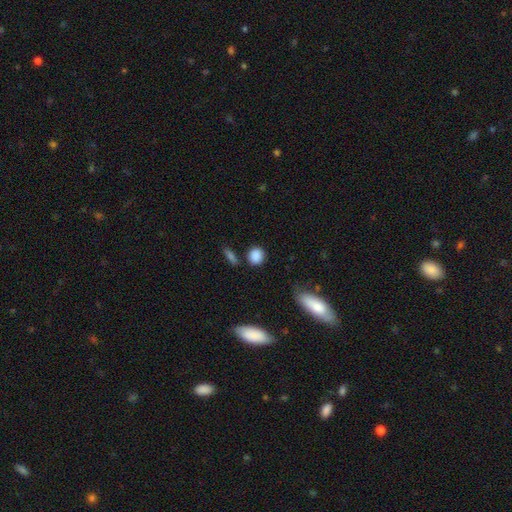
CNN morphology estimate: Smooth or featured? Predicted: smooth (p=0.87). How rounded? Predicted: round (p=0.78). Merging? Predicted: none (p=0.81).